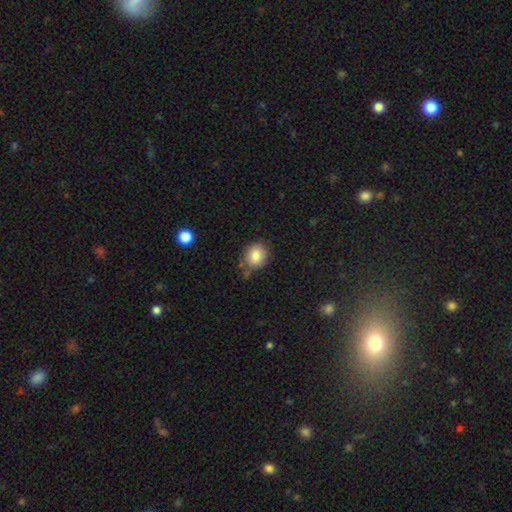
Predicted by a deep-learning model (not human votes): smooth_or_featured: smooth (p=0.84) [alt: star or artifact p=0.09]
how_rounded: round (p=0.71) [alt: in between p=0.28]
merging: none (p=0.75) [alt: minor disturbance p=0.16]